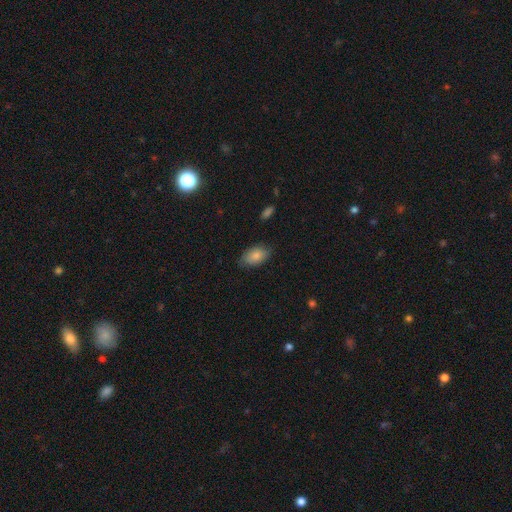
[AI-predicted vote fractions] The model was most divided on "merging": none: 78%, minor disturbance: 17%, major disturbance: 3%, merger: 1%. More confident: how rounded — in between (93%); smooth or featured — smooth (85%).